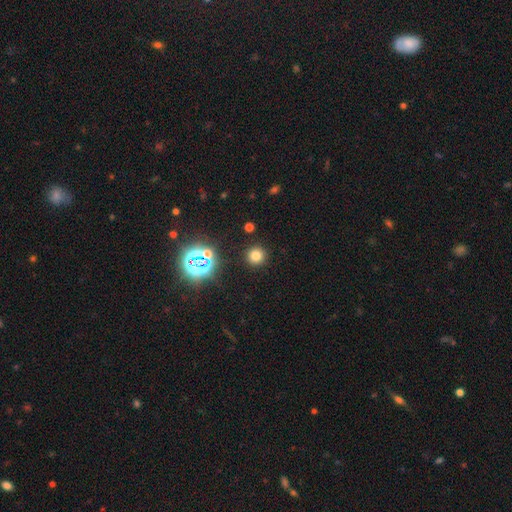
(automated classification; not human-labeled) Smooth or featured?
  - smooth: 72% *
  - star or artifact: 22%
  - featured or disk: 6%
How rounded?
  - round: 94% *
  - in between: 5%
  - cigar-shaped: 1%
Merging?
  - none: 90% *
  - minor disturbance: 5%
  - major disturbance: 2%
  - merger: 2%